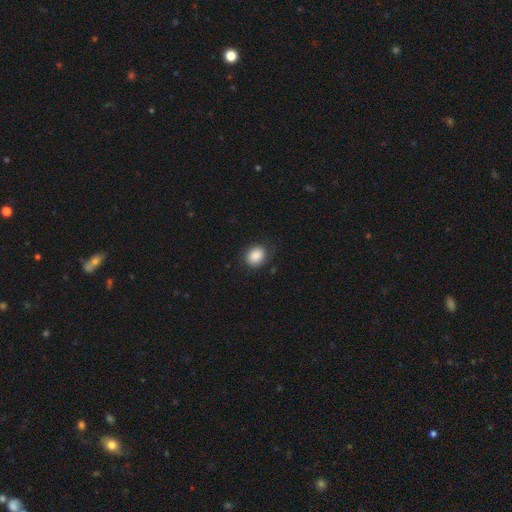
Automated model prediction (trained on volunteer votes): Smooth or featured: smooth — 87% (star or artifact — 8%)
How rounded: round — 53% (in between — 46%)
Merging: none — 81% (minor disturbance — 14%)